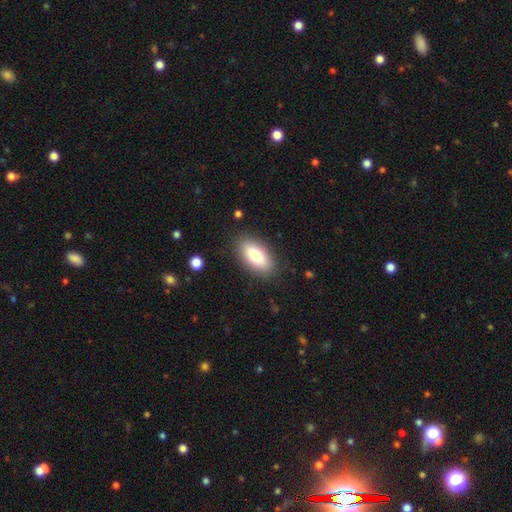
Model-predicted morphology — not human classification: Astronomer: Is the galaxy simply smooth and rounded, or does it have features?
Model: smooth — 79%.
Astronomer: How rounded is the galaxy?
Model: in between — 90%.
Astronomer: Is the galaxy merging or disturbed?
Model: none — 86%.